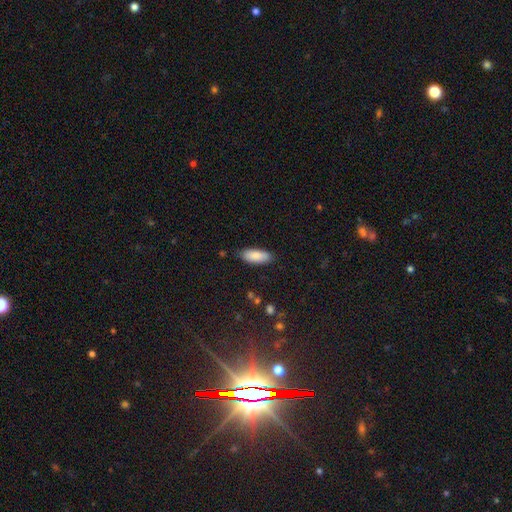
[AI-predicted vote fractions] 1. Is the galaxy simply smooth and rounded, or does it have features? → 85% smooth, 8% featured or disk, 6% star or artifact.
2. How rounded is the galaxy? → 78% in between, 20% cigar-shaped, 2% round.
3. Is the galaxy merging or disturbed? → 84% none, 12% minor disturbance, 2% major disturbance, 1% merger.